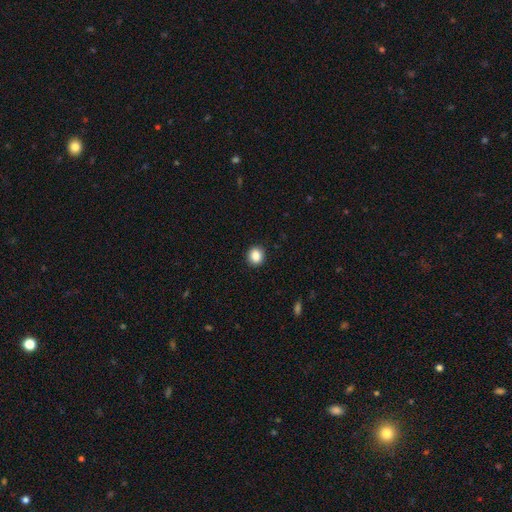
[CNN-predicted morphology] This appears to be a smooth galaxy with no disk features (87%) that is round (83%). Merging: none (92%).